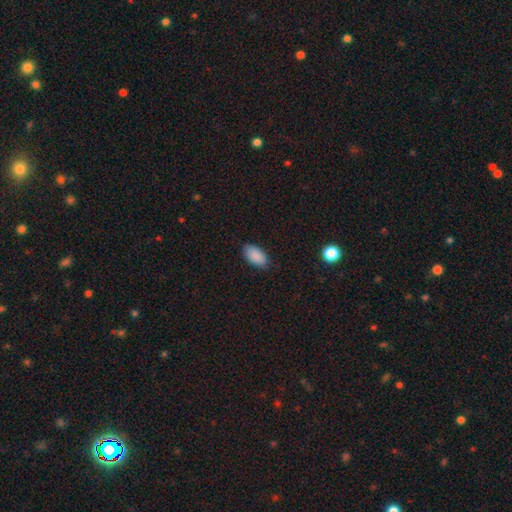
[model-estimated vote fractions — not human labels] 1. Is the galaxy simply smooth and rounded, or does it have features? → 89% smooth, 7% star or artifact, 4% featured or disk.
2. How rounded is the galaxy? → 95% in between, 3% round, 2% cigar-shaped.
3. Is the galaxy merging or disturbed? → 84% none, 13% minor disturbance, 2% major disturbance, 1% merger.